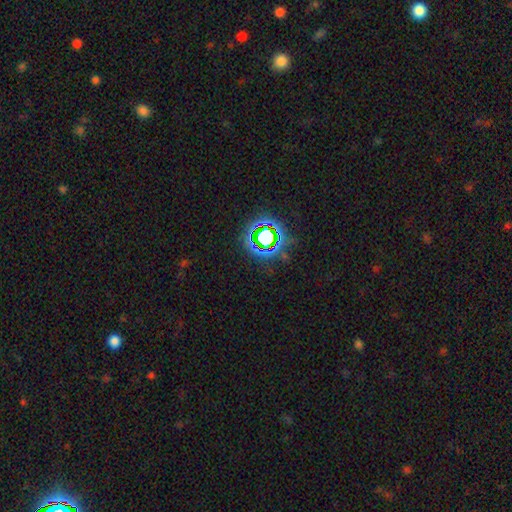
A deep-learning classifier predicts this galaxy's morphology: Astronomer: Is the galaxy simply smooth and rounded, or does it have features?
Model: star or artifact — 73%.